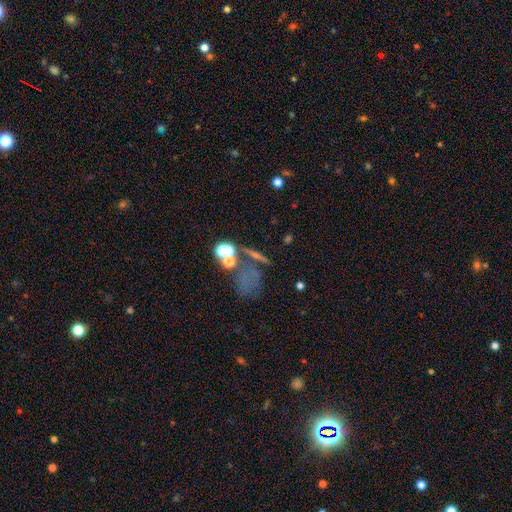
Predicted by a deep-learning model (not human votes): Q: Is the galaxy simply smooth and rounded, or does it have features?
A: smooth — 41%.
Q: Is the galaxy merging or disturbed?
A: none — 51%.